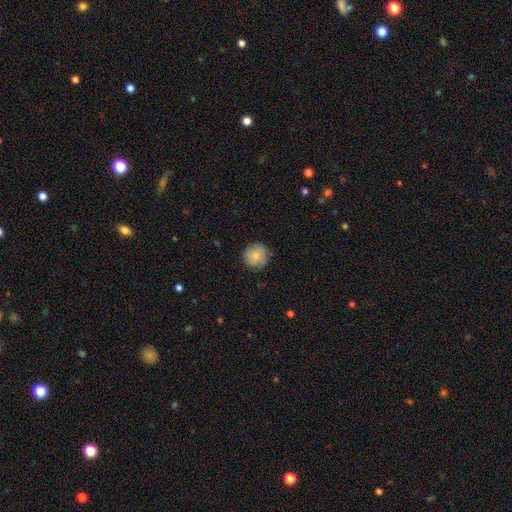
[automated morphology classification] Smooth or featured?
  - smooth: 82% *
  - featured or disk: 11%
  - star or artifact: 7%
How rounded?
  - round: 92% *
  - in between: 7%
  - cigar-shaped: 1%
Merging?
  - none: 84% *
  - minor disturbance: 12%
  - major disturbance: 3%
  - merger: 1%